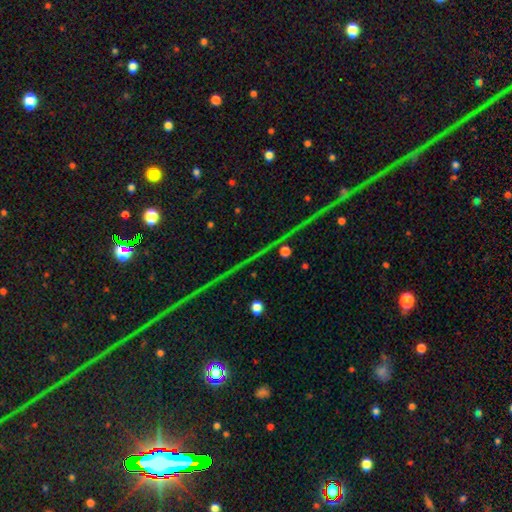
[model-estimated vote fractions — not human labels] smooth_or_featured: star or artifact (p=0.80) [alt: featured or disk p=0.11]